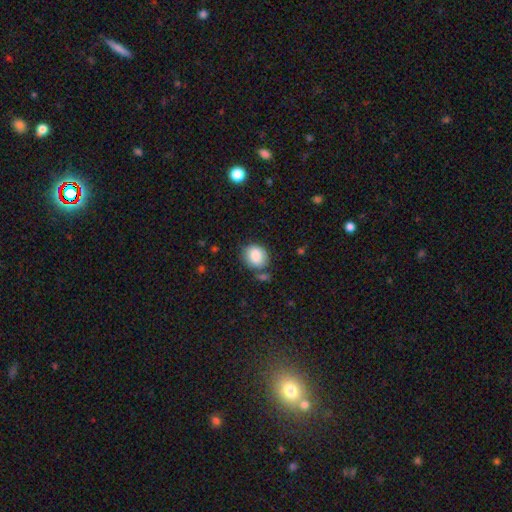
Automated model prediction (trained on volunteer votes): Smooth or featured?
  - smooth: 85% *
  - star or artifact: 8%
  - featured or disk: 7%
How rounded?
  - round: 63% *
  - in between: 36%
  - cigar-shaped: 1%
Merging?
  - none: 68% *
  - minor disturbance: 18%
  - merger: 9%
  - major disturbance: 5%